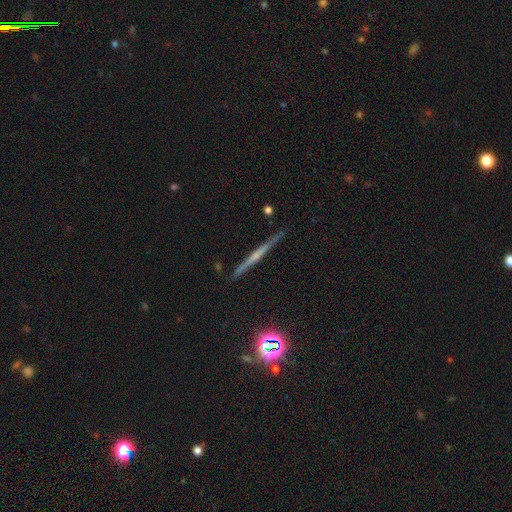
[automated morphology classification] Smooth or featured? Predicted: featured or disk (p=0.65). Edge-on disk? Predicted: yes (p=0.97). Edge-on bulge? Predicted: none (p=0.56). Merging? Predicted: none (p=0.89).